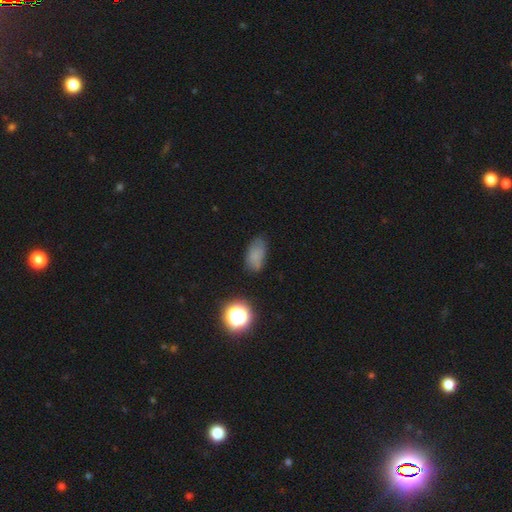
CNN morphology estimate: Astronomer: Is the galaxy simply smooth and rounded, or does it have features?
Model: smooth — 74%.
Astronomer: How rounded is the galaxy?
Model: in between — 88%.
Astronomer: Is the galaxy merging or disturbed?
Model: none — 66%.